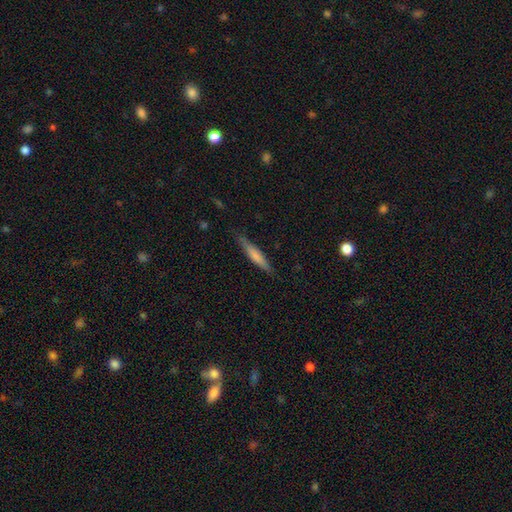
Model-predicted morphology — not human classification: smooth-or-featured: smooth: 65% | featured or disk: 29% | star or artifact: 6%
  how-rounded: cigar-shaped: 89% | in between: 9% | round: 1%
  merging: none: 82% | minor disturbance: 14% | major disturbance: 3% | merger: 1%